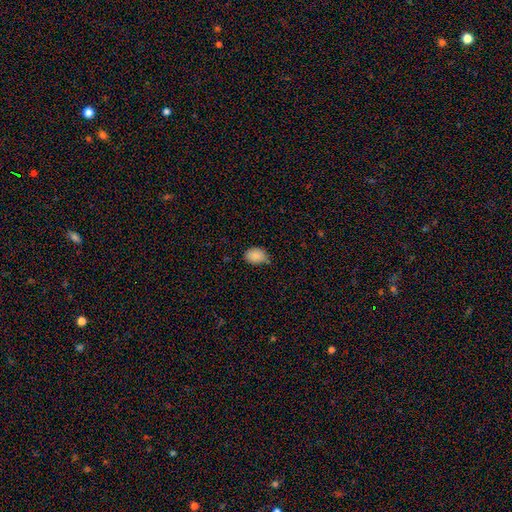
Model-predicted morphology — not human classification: Overall: smooth (86%). How rounded: in between (73%). Merging: none (66%; minor disturbance 27%).